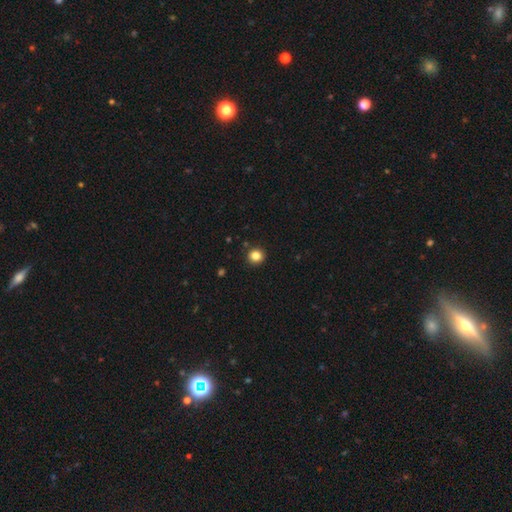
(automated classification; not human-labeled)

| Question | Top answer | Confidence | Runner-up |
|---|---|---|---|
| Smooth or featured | smooth | 84% | star or artifact (11%) |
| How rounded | round | 91% | in between (8%) |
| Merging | none | 92% | minor disturbance (5%) |